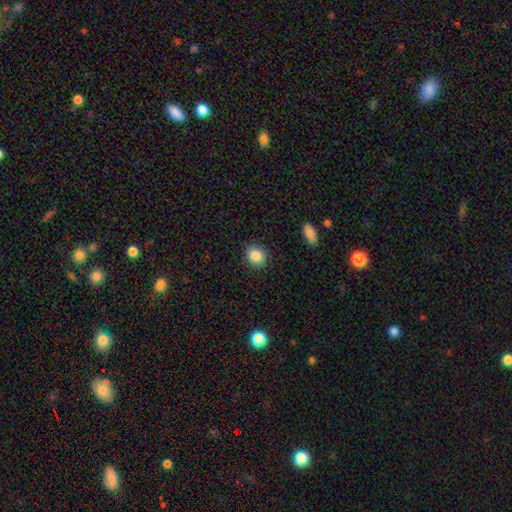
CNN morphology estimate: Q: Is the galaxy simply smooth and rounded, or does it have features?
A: smooth — 87%.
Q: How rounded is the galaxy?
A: round — 73%.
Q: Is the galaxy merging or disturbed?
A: none — 88%.